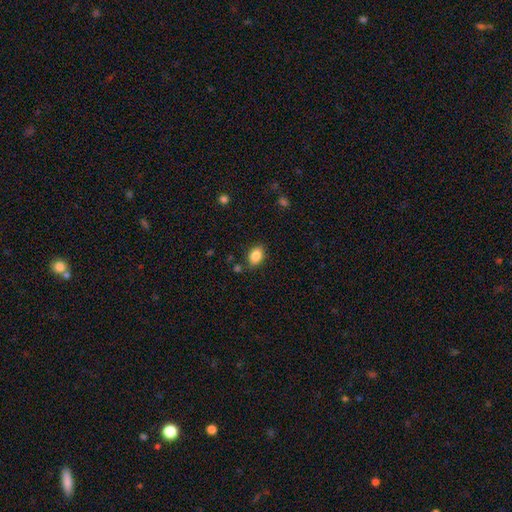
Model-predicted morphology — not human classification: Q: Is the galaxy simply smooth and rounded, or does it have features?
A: smooth — 87%.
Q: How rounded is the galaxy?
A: in between — 85%.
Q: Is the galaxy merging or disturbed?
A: none — 83%.